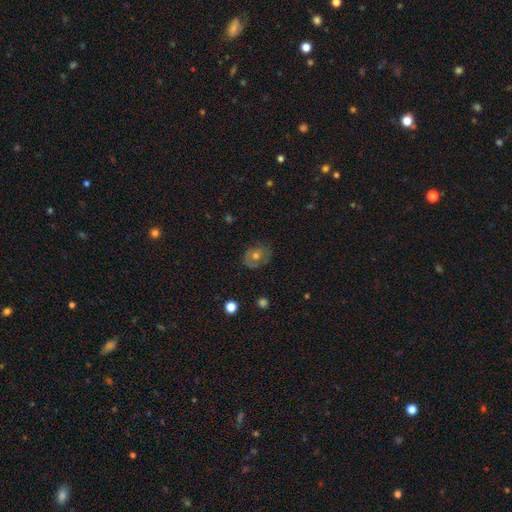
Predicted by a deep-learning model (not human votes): Morphology: type=smooth (44%); merging=none (77%).